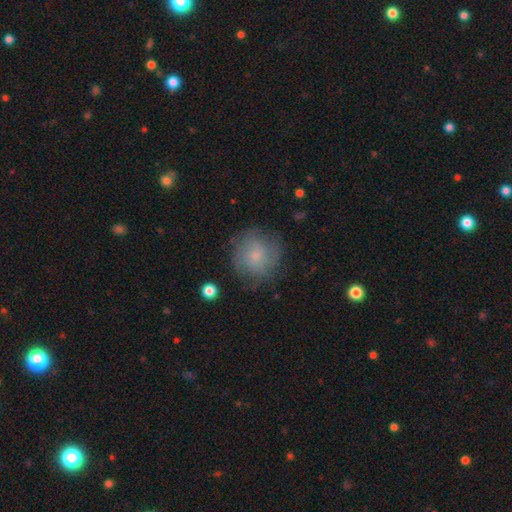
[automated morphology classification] Q: Smooth or featured?
A: smooth (63%); runner-up: featured or disk (28%)
Q: How rounded?
A: round (91%); runner-up: in between (8%)
Q: Merging?
A: none (76%); runner-up: minor disturbance (16%)